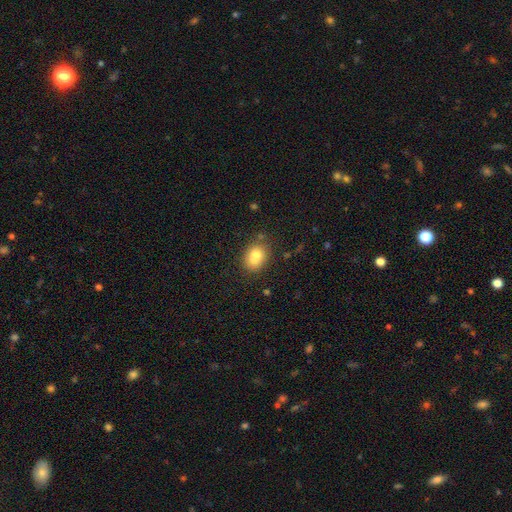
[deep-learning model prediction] Smooth or featured: smooth — 71% (featured or disk — 19%)
How rounded: round — 51% (in between — 48%)
Merging: none — 46% (merger — 36%)